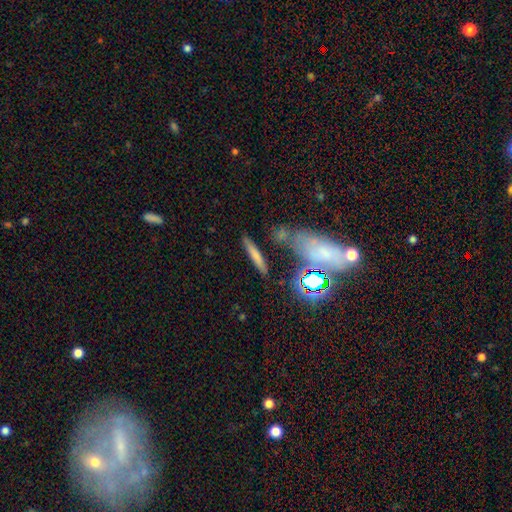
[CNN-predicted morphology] Smooth or featured?
  - smooth: 69% *
  - featured or disk: 21%
  - star or artifact: 10%
How rounded?
  - cigar-shaped: 88% *
  - in between: 9%
  - round: 3%
Merging?
  - none: 79% *
  - minor disturbance: 10%
  - merger: 7%
  - major disturbance: 4%